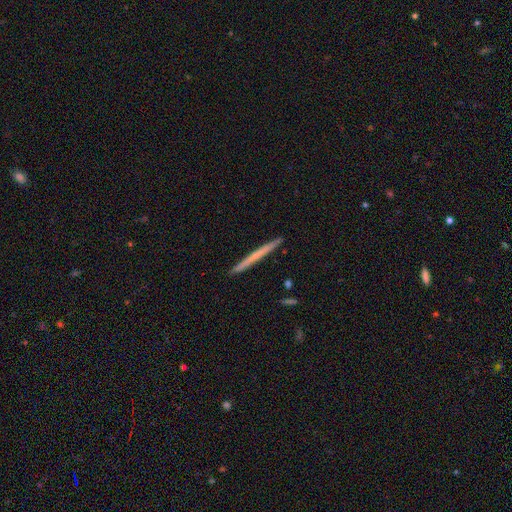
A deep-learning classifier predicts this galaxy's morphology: This is possibly a featured or disk galaxy (48%). Merging: clearly none (93%).